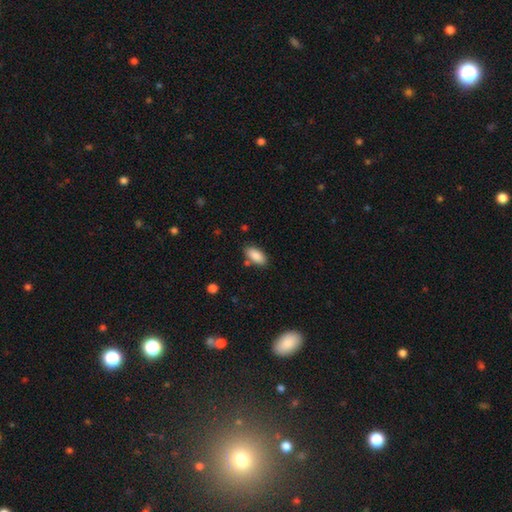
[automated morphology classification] type=smooth (87%); roundness=in between (91%); merging=none (80%).